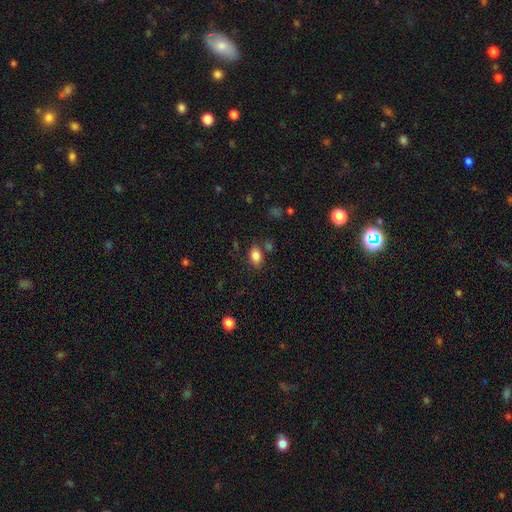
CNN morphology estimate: The model was most divided on "merging": none: 76%, minor disturbance: 13%, merger: 7%, major disturbance: 4%. More confident: how rounded — in between (85%); smooth or featured — smooth (84%).